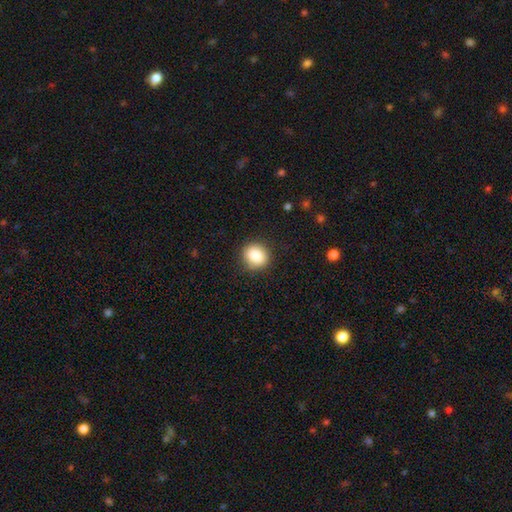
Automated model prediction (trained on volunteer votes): Morphology: type=smooth (86%); roundness=round (78%); merging=none (87%).